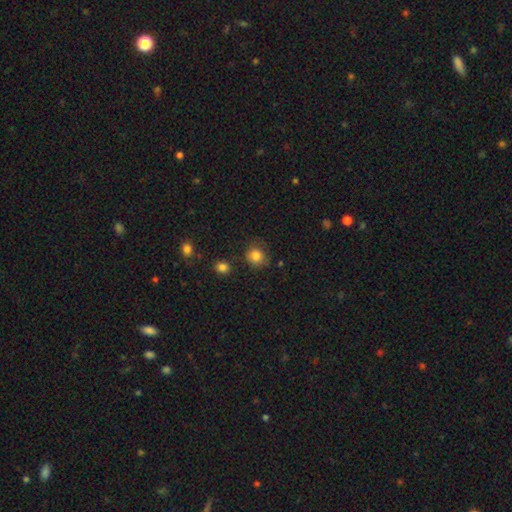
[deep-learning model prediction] Smooth or featured?
  - smooth: 83% *
  - star or artifact: 10%
  - featured or disk: 6%
How rounded?
  - round: 85% *
  - in between: 14%
  - cigar-shaped: 1%
Merging?
  - none: 74% *
  - minor disturbance: 18%
  - major disturbance: 5%
  - merger: 3%